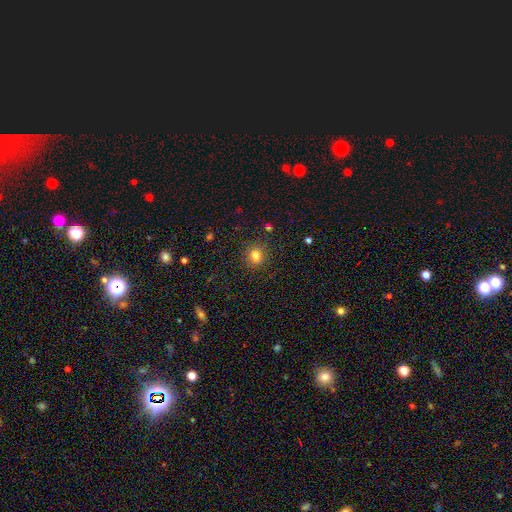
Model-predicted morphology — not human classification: smooth_or_featured: smooth (p=0.80) [alt: star or artifact p=0.13]
how_rounded: round (p=0.68) [alt: in between p=0.30]
merging: none (p=0.86) [alt: minor disturbance p=0.10]